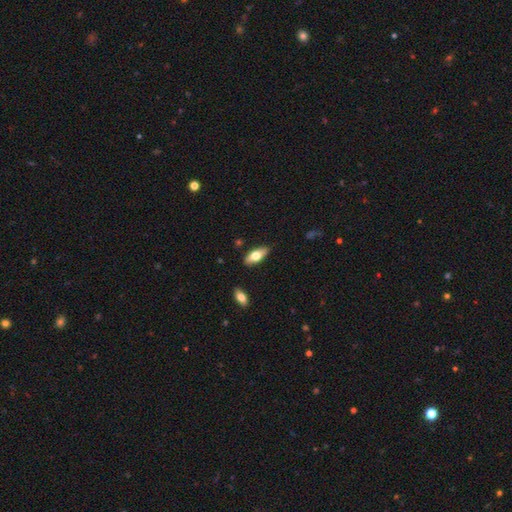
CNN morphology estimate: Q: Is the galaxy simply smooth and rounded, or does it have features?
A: smooth — 64%.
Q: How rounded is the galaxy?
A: in between — 78%.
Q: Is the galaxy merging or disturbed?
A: none — 84%.